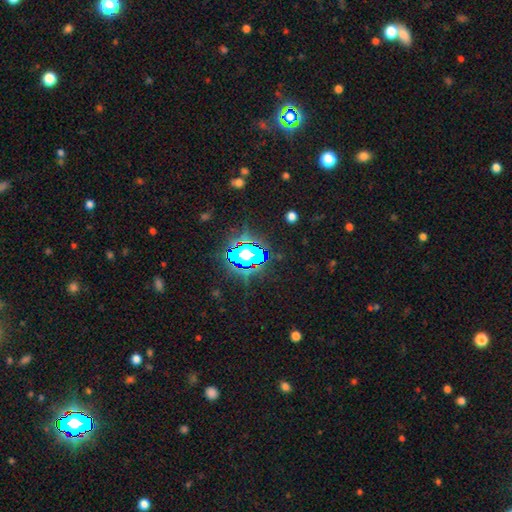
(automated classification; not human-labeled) Smooth or featured? star or artifact (66%)